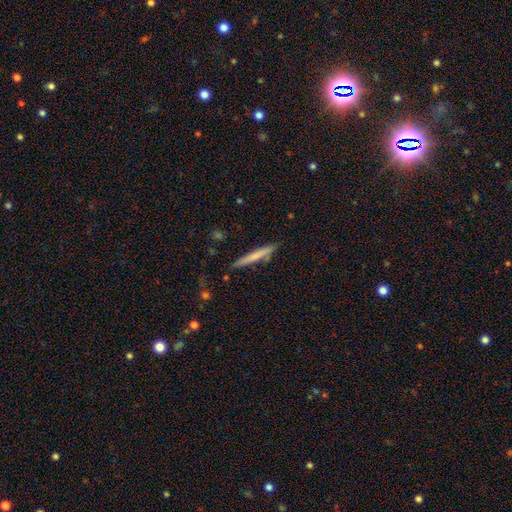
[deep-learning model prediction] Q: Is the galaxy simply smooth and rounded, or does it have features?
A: smooth — 65%.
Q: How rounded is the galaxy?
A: cigar-shaped — 96%.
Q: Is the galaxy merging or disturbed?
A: none — 84%.